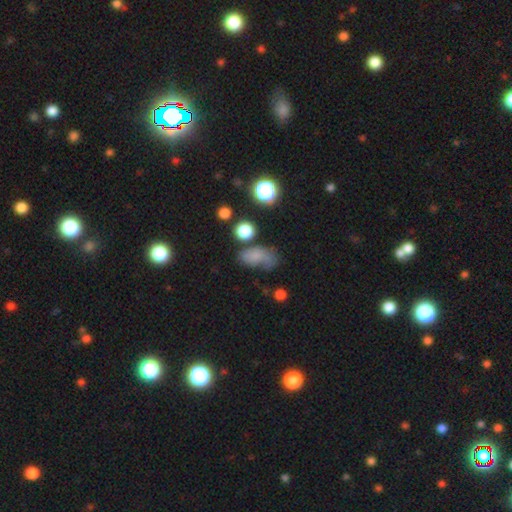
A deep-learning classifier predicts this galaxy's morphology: Smooth or featured: smooth — 66% (featured or disk — 19%)
How rounded: in between — 81% (round — 15%)
Merging: none — 39% (minor disturbance — 30%)